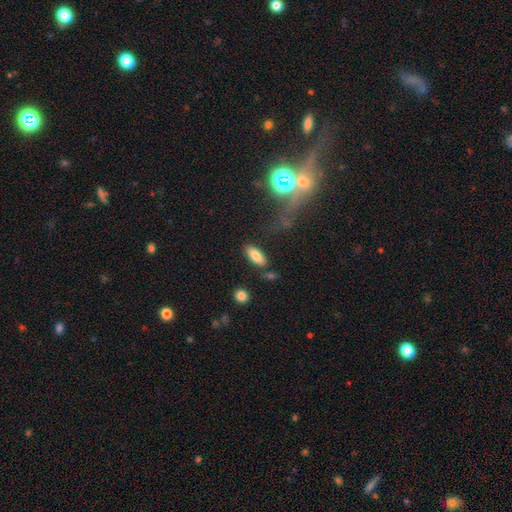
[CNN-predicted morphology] Smooth or featured? Predicted: smooth (p=0.82). How rounded? Predicted: in between (p=0.81). Merging? Predicted: none (p=0.78).